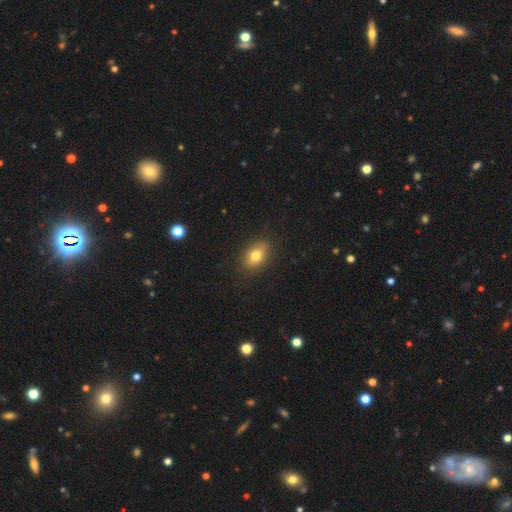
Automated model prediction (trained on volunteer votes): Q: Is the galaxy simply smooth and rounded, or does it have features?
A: smooth — 79%.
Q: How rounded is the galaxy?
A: in between — 82%.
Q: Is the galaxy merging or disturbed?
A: none — 86%.